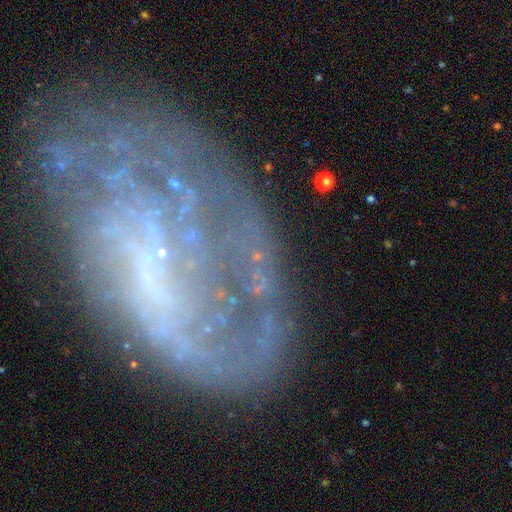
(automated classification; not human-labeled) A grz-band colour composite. It shows a featured or disk galaxy (69%) with no bar (59%), spiral arms (55%) and no central bulge (45%). Merging: none (57%).